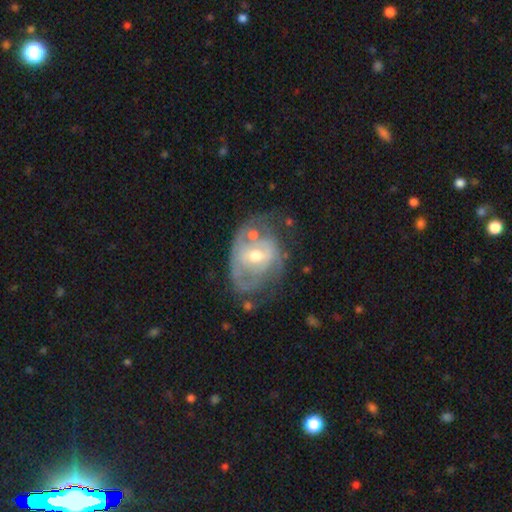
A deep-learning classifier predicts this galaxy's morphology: A featured or disk galaxy (79%) with no bar (53%), 2 (44%) tight (48%) spiral arms (75%) and a moderate central bulge (67%).

Vote fractions:
- Smooth or featured? featured or disk: 79% / smooth: 15% / star or artifact: 6%
- Edge-on disk? no: 97% / yes: 3%
- Bar? no: 53% / weak: 37% / strong: 11%
- Spiral arms? yes: 75% / no: 25%
- Spiral winding? tight: 48% / medium: 36% / loose: 16%
- Spiral arm count? 2: 44% / can't tell: 33% / 1: 10% / 3: 8% / 4: 3% / more than 4: 2%
- Bulge size? moderate: 67% / small: 28% / large: 3% / none: 1% / dominant: 1%
- Merging? none: 45% / minor disturbance: 27% / major disturbance: 21% / merger: 7%